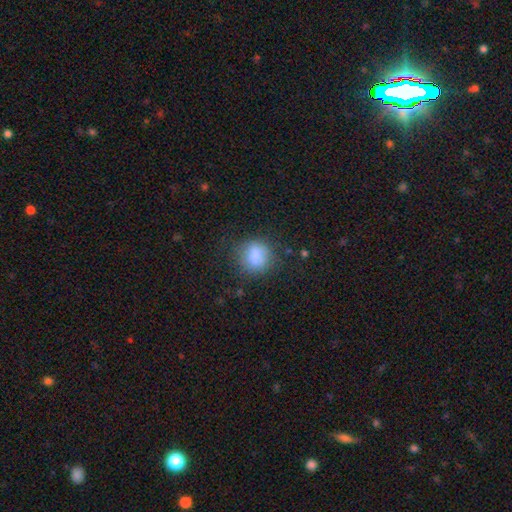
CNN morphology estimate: smooth-or-featured: smooth: 80% | star or artifact: 10% | featured or disk: 10%
  how-rounded: round: 75% | in between: 24% | cigar-shaped: 1%
  merging: none: 69% | minor disturbance: 19% | major disturbance: 10% | merger: 3%